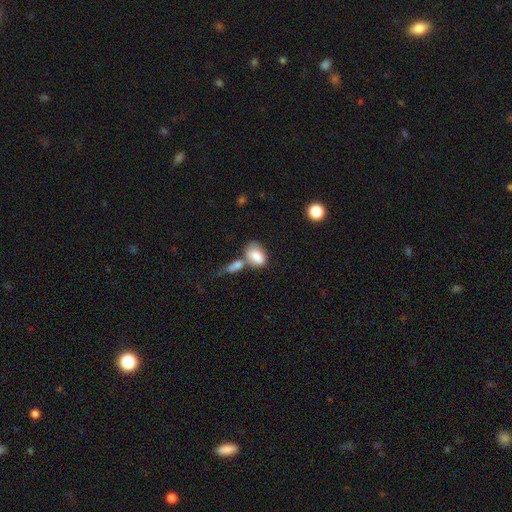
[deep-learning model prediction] smooth 80%, featured or disk 12%, star or artifact 8%. Down the decision tree: how rounded — in between (88%); merging — merger (49%).